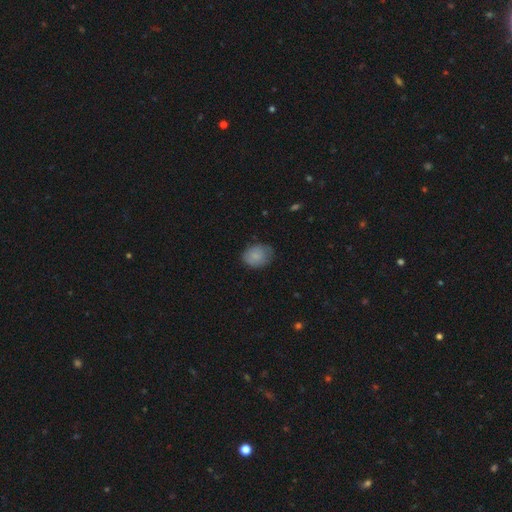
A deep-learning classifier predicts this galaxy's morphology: Smooth or featured? smooth (83%)
How rounded? in between (50%)
Merging? none (68%)